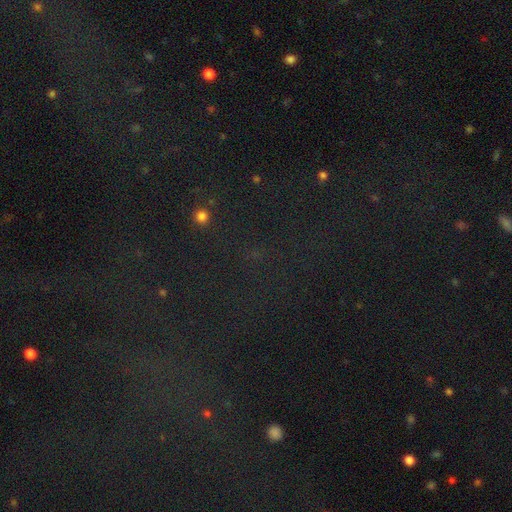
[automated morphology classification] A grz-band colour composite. It shows a star or artifact, not a galaxy (77%).